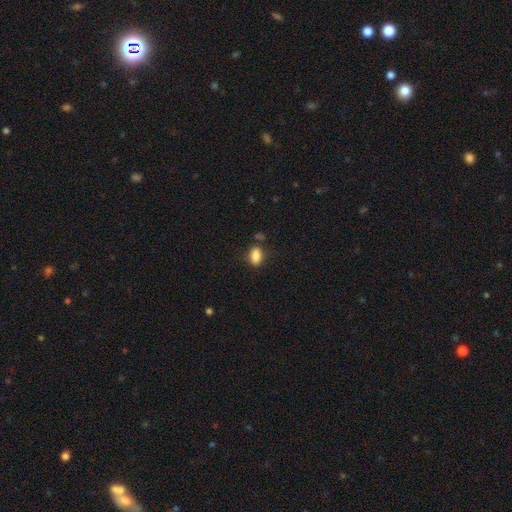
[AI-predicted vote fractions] A smooth galaxy with no disk features (87%) that is in between round and cigar-shaped (87%). Merging: none (77%).